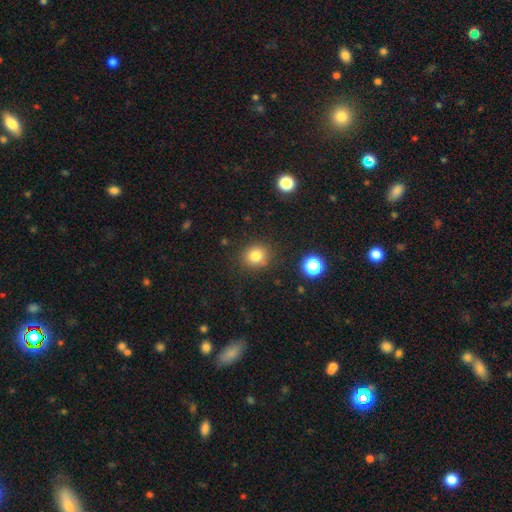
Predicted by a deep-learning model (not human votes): Overall: smooth (81%). How rounded: round (83%). Merging: none (85%).